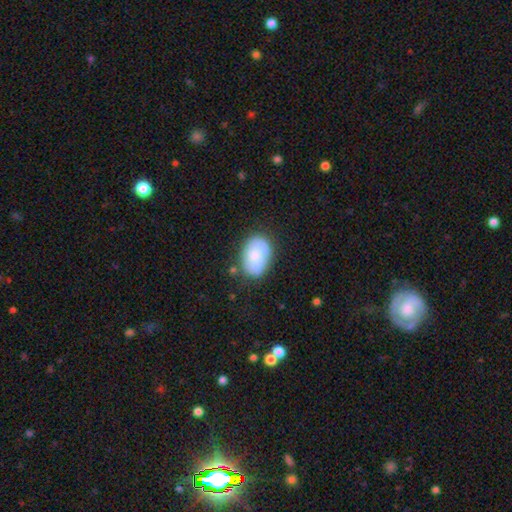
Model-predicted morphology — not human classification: smooth-or-featured: smooth: 63% | featured or disk: 30% | star or artifact: 7%
  how-rounded: in between: 86% | round: 13% | cigar-shaped: 1%
  merging: none: 70% | minor disturbance: 21% | major disturbance: 6% | merger: 3%